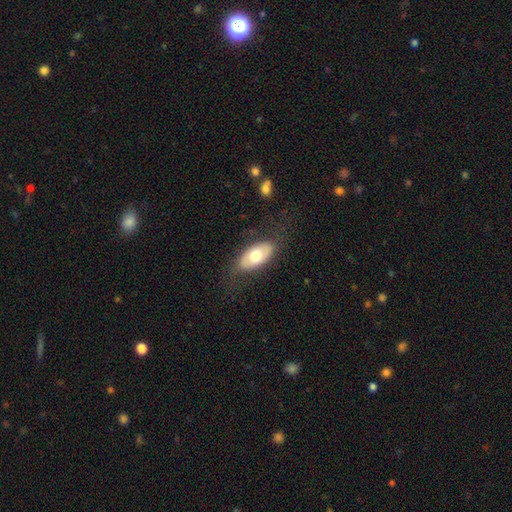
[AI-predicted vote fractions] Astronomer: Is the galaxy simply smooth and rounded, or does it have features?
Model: smooth — 63%.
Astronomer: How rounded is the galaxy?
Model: in between — 92%.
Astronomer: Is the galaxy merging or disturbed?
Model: none — 76%.